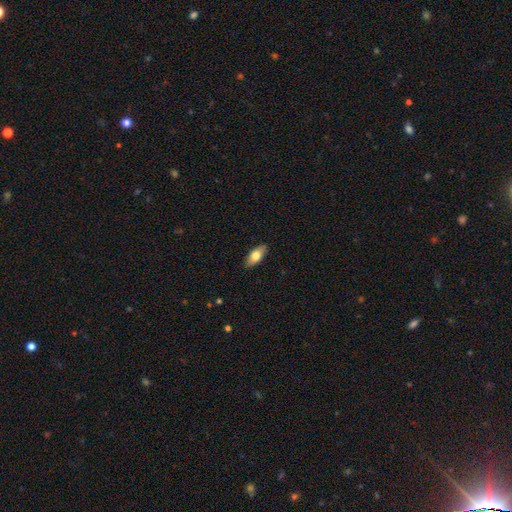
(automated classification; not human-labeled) Smooth or featured?
  - smooth: 73% *
  - featured or disk: 21%
  - star or artifact: 6%
How rounded?
  - in between: 84% *
  - cigar-shaped: 13%
  - round: 3%
Merging?
  - none: 87% *
  - minor disturbance: 10%
  - major disturbance: 2%
  - merger: 1%